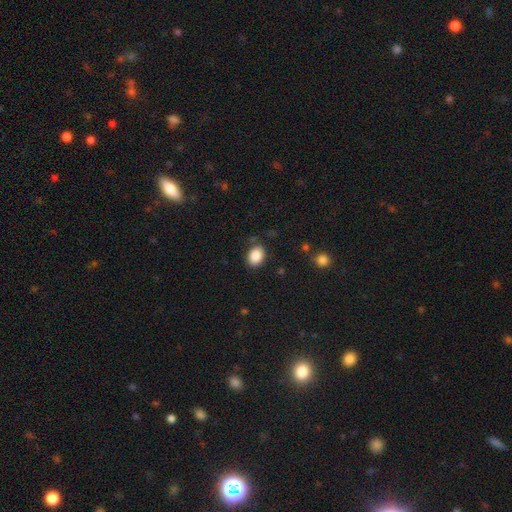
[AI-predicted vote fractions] The model was most divided on "how rounded": in between: 70%, round: 29%, cigar-shaped: 1%. More confident: smooth or featured — smooth (87%); merging — none (83%).